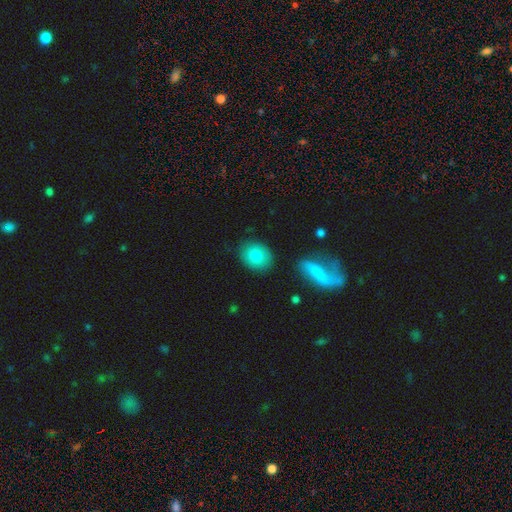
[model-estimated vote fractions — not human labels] Morphology: type=smooth (79%); roundness=round (61%); merging=none (86%).